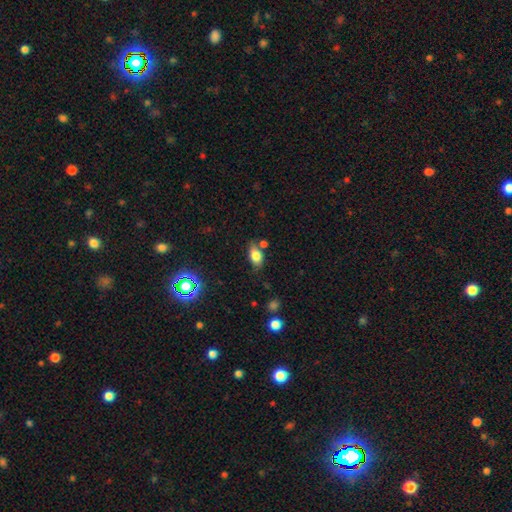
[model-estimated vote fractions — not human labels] This appears to be a smooth galaxy with no disk features (79%) that is in between round and cigar-shaped (86%). Merging: none (66%).